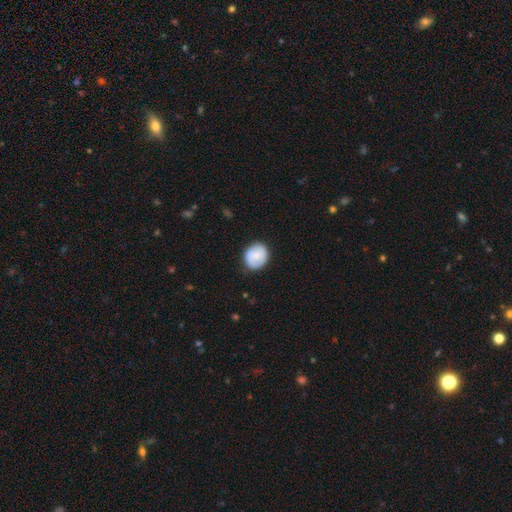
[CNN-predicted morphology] smooth-or-featured: smooth: 75% | featured or disk: 19% | star or artifact: 7%
  how-rounded: round: 78% | in between: 21% | cigar-shaped: 1%
  merging: none: 84% | minor disturbance: 12% | major disturbance: 3% | merger: 1%